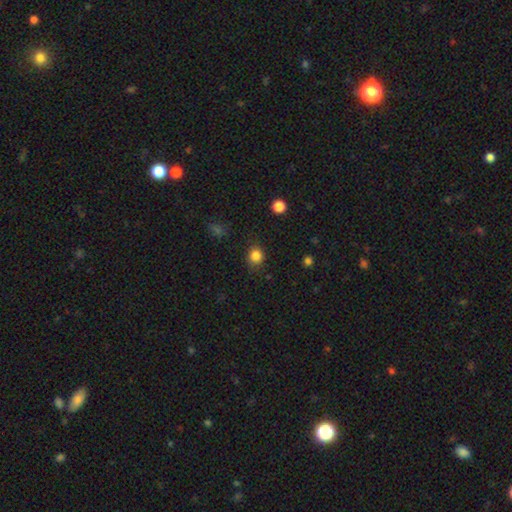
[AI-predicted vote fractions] The model was most divided on "how rounded": round: 81%, in between: 19%, cigar-shaped: 1%. More confident: smooth or featured — smooth (84%); merging — none (83%).